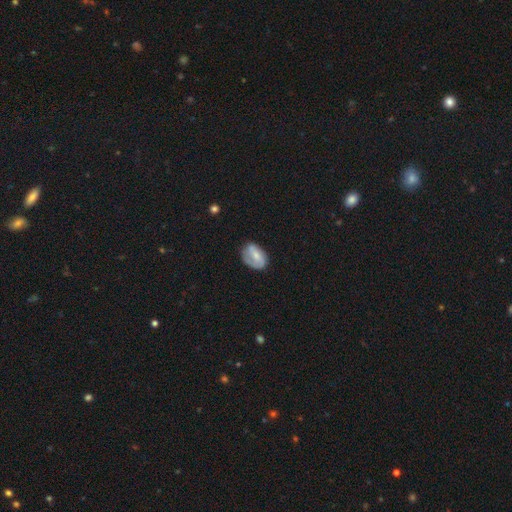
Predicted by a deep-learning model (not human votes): smooth-or-featured: smooth: 55% | featured or disk: 38% | star or artifact: 7%
  how-rounded: in between: 81% | round: 18% | cigar-shaped: 1%
  merging: none: 58% | minor disturbance: 29% | major disturbance: 10% | merger: 3%